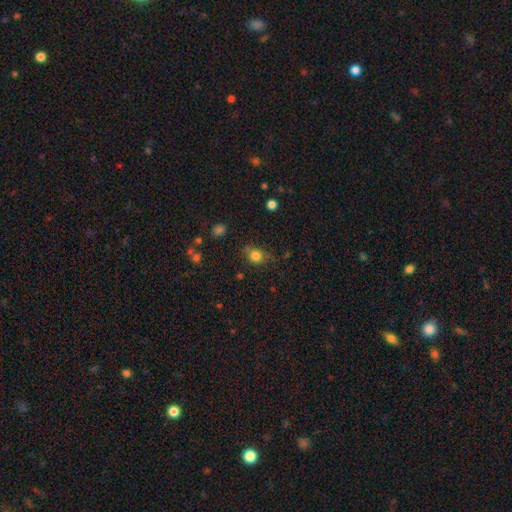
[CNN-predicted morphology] A smooth galaxy with no disk features (80%) that is round (64%).

Vote fractions:
- Smooth or featured? smooth: 80% / star or artifact: 12% / featured or disk: 7%
- How rounded? round: 64% / in between: 35% / cigar-shaped: 1%
- Merging? none: 68% / minor disturbance: 23% / major disturbance: 6% / merger: 3%